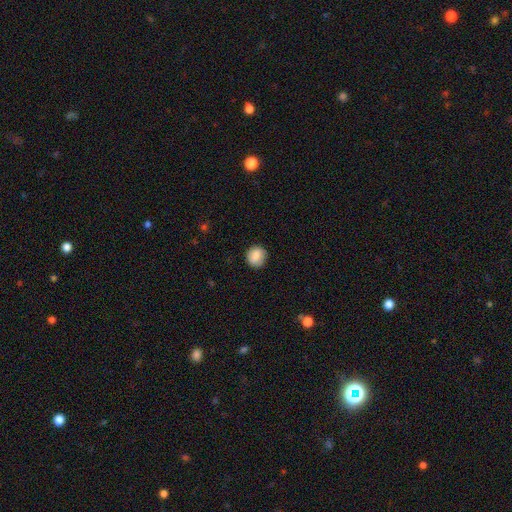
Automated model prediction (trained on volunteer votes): Overall: smooth (80%). How rounded: round (80%). Merging: none (86%).